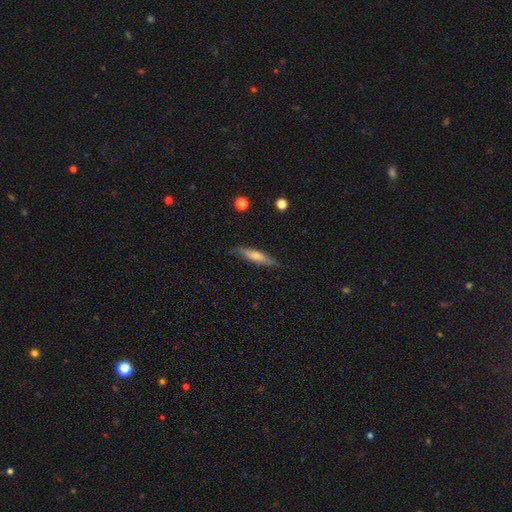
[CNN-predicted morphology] featured or disk 48%, smooth 45%, star or artifact 7%. Down the decision tree: merging — none (81%).